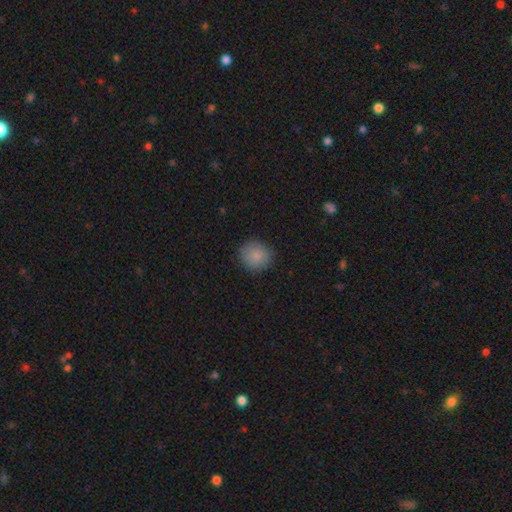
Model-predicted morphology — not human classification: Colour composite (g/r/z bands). It shows a smooth galaxy with no disk features (87%) that is round (91%). Merging: none (87%).